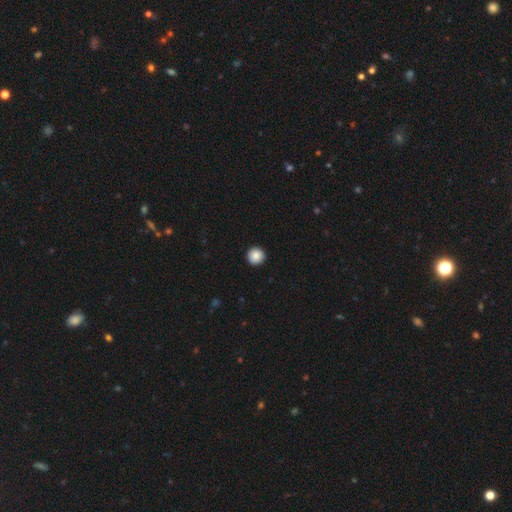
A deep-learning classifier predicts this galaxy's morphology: The model was most divided on "smooth or featured": smooth: 88%, star or artifact: 8%, featured or disk: 3%. More confident: how rounded — round (96%); merging — none (93%).